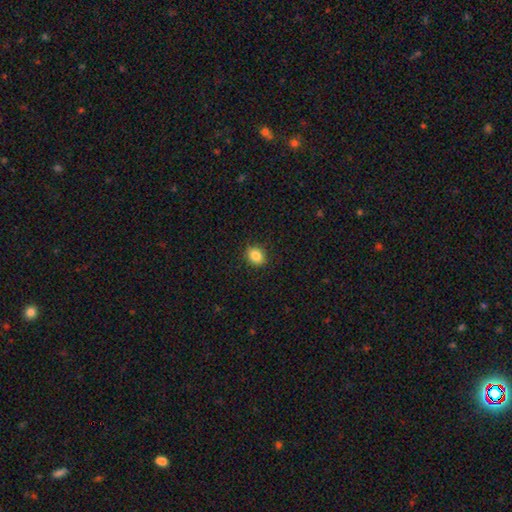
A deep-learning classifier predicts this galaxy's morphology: Smooth or featured: smooth — 86% (star or artifact — 9%)
How rounded: in between — 52% (round — 47%)
Merging: none — 89% (minor disturbance — 8%)